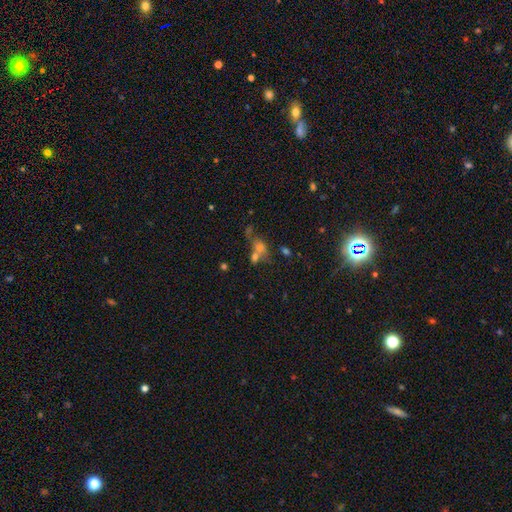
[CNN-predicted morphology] This appears to be a smooth galaxy with no disk features (48%). Merging: merger (47%).